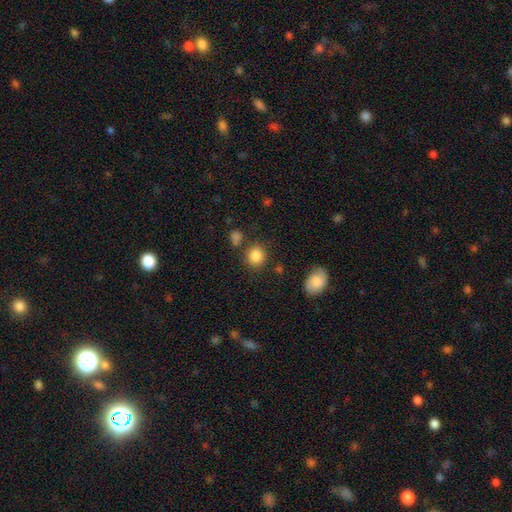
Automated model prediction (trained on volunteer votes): Smooth or featured?
  - smooth: 86% *
  - star or artifact: 10%
  - featured or disk: 5%
How rounded?
  - round: 83% *
  - in between: 16%
  - cigar-shaped: 1%
Merging?
  - none: 80% *
  - minor disturbance: 10%
  - merger: 7%
  - major disturbance: 4%